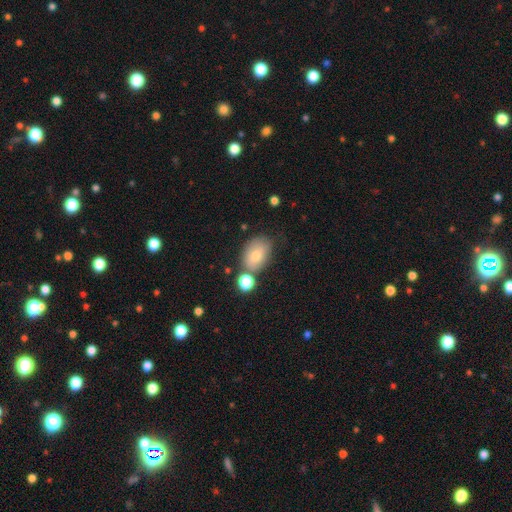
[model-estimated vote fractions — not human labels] smooth 75%, featured or disk 16%, star or artifact 9%. Down the decision tree: how rounded — in between (80%); merging — none (62%).